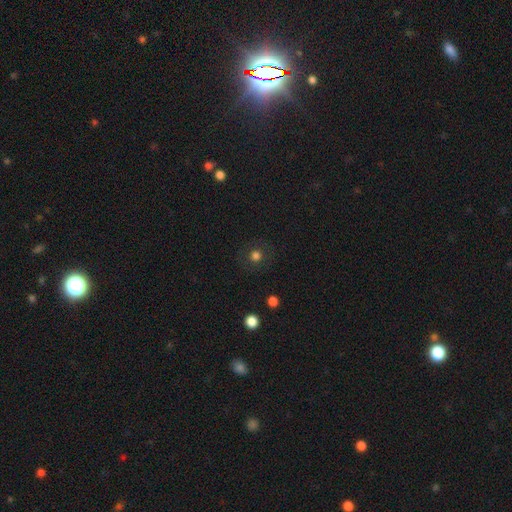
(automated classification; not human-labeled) A smooth galaxy with no disk features (76%) that is round (92%).

Vote fractions:
- Smooth or featured? smooth: 76% / star or artifact: 16% / featured or disk: 8%
- How rounded? round: 92% / in between: 7% / cigar-shaped: 1%
- Merging? none: 87% / minor disturbance: 8% / major disturbance: 4% / merger: 1%